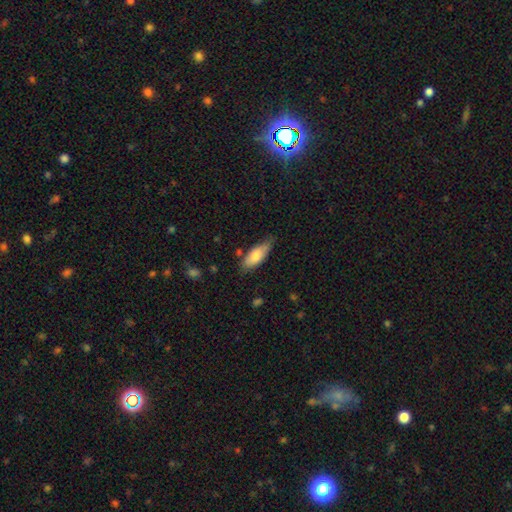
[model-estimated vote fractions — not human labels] Smooth or featured? Predicted: smooth (p=0.78). How rounded? Predicted: in between (p=0.73). Merging? Predicted: none (p=0.63).